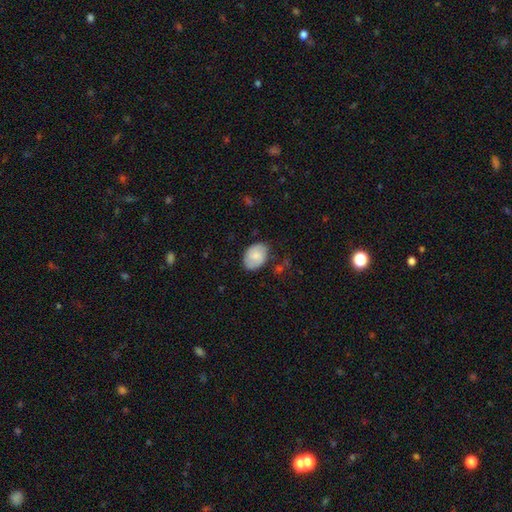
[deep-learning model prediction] This is likely a smooth galaxy (71%). How rounded: likely in between (80%). Merging: likely none (75%).